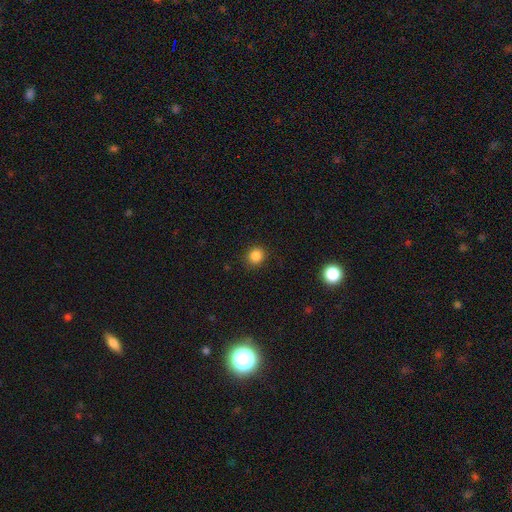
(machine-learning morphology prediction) smooth-or-featured: smooth: 85% | star or artifact: 11% | featured or disk: 4%
  how-rounded: round: 87% | in between: 12% | cigar-shaped: 1%
  merging: none: 89% | minor disturbance: 7% | major disturbance: 2% | merger: 1%